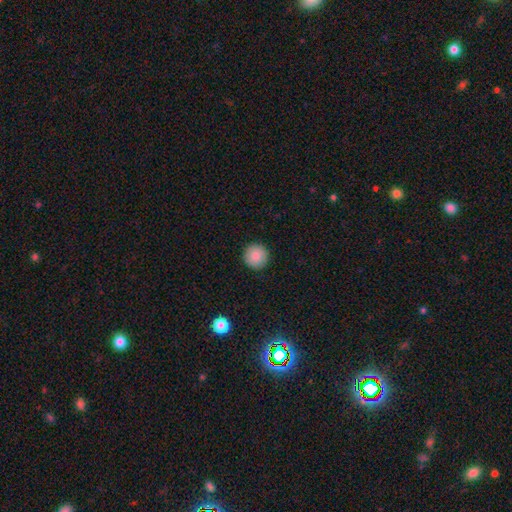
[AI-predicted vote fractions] smooth_or_featured: smooth (p=0.88) [alt: star or artifact p=0.08]
how_rounded: round (p=0.96) [alt: in between p=0.03]
merging: none (p=0.92) [alt: minor disturbance p=0.05]